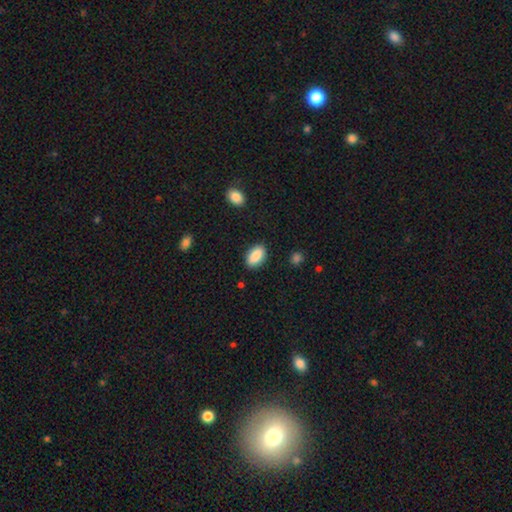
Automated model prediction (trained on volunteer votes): The model was most divided on "merging": none: 87%, minor disturbance: 9%, major disturbance: 2%, merger: 1%. More confident: how rounded — in between (93%); smooth or featured — smooth (89%).